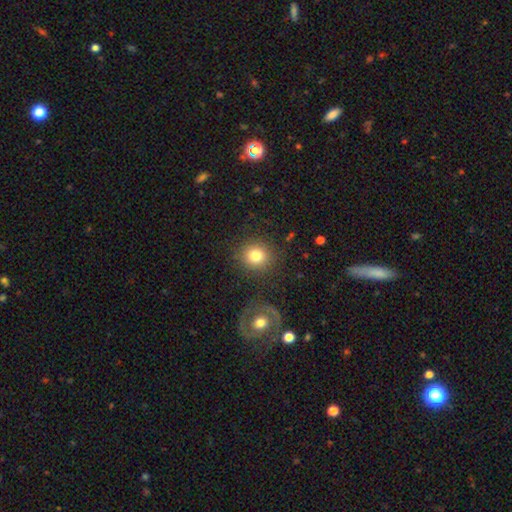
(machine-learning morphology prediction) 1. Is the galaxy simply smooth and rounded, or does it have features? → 80% smooth, 11% star or artifact, 10% featured or disk.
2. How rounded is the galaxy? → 87% round, 12% in between, 1% cigar-shaped.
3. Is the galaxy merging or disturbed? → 85% none, 8% minor disturbance, 4% major disturbance, 4% merger.